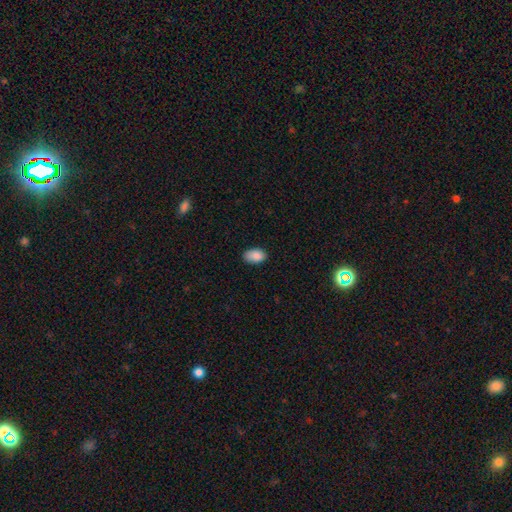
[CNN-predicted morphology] This appears to be a smooth galaxy with no disk features (88%) that is in between round and cigar-shaped (92%). Merging: none (81%).